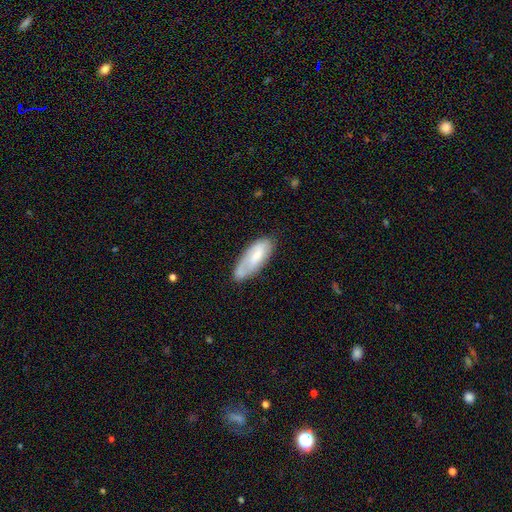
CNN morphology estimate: Smooth or featured? Predicted: smooth (p=0.59). How rounded? Predicted: in between (p=0.72). Merging? Predicted: none (p=0.58).